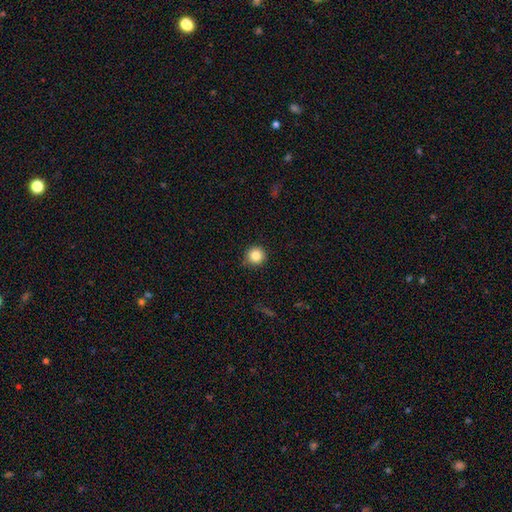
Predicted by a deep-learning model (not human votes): smooth_or_featured: smooth (p=0.84) [alt: star or artifact p=0.11]
how_rounded: round (p=0.95) [alt: in between p=0.04]
merging: none (p=0.86) [alt: minor disturbance p=0.11]